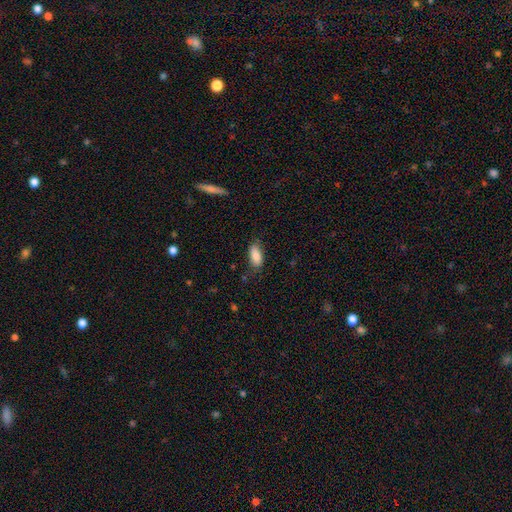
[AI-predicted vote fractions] smooth 87%, star or artifact 7%, featured or disk 6%. Down the decision tree: how rounded — in between (88%); merging — none (78%).